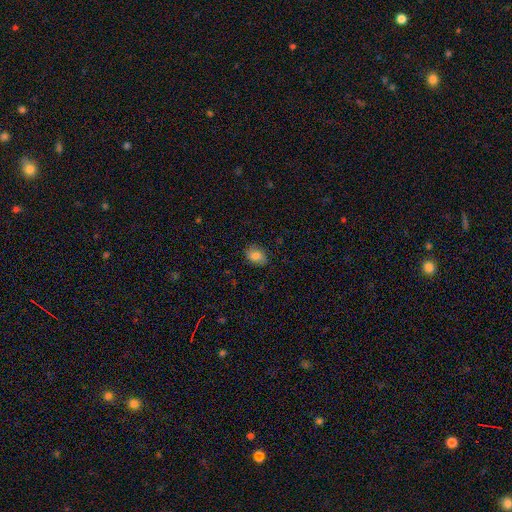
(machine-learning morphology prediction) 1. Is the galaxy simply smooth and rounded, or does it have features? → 84% smooth, 8% star or artifact, 8% featured or disk.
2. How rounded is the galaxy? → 78% in between, 21% round, 1% cigar-shaped.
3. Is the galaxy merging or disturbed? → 82% none, 14% minor disturbance, 3% major disturbance, 1% merger.